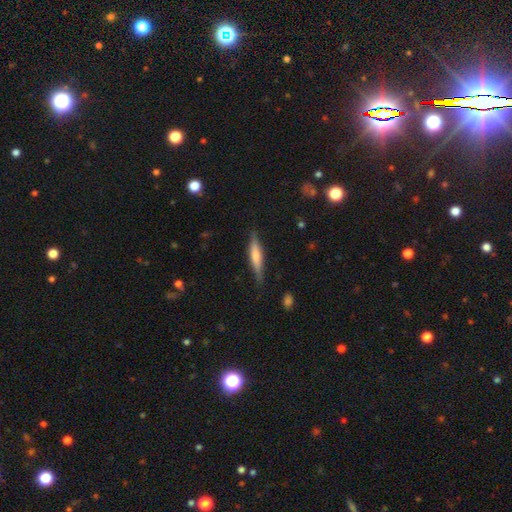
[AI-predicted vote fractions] smooth 52%, featured or disk 42%, star or artifact 6%. Down the decision tree: how rounded — cigar-shaped (84%); merging — none (81%).